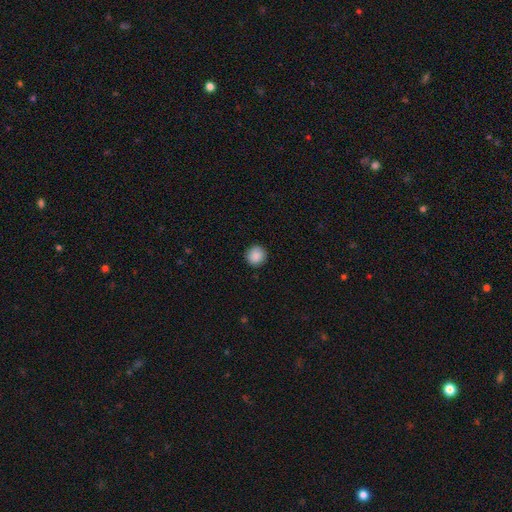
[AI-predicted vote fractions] Smooth or featured?
  - smooth: 89% *
  - star or artifact: 8%
  - featured or disk: 3%
How rounded?
  - round: 91% *
  - in between: 8%
  - cigar-shaped: 1%
Merging?
  - none: 91% *
  - minor disturbance: 6%
  - major disturbance: 2%
  - merger: 1%